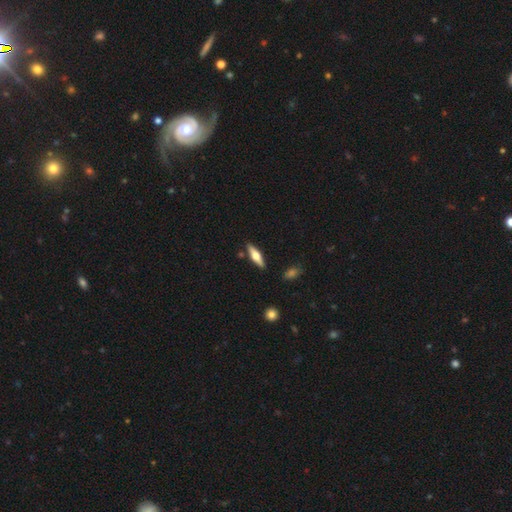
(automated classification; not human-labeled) Smooth or featured?
  - featured or disk: 50% *
  - smooth: 44%
  - star or artifact: 6%
Merging?
  - none: 86% *
  - minor disturbance: 9%
  - merger: 3%
  - major disturbance: 2%